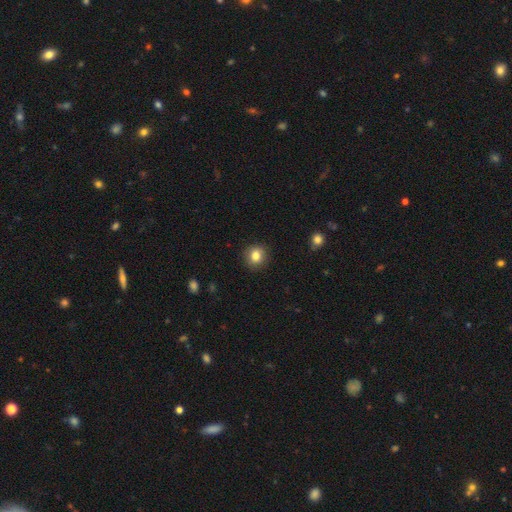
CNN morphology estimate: This appears to be a smooth galaxy with no disk features (83%) that is round (87%). Merging: none (90%).